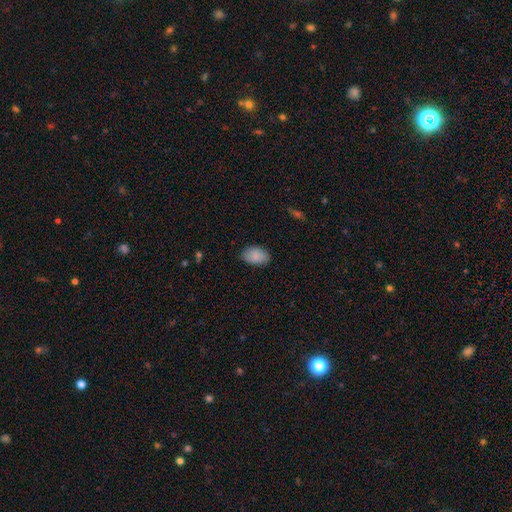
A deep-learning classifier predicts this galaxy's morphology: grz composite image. It shows a smooth galaxy with no disk features (88%) that is in between round and cigar-shaped (90%). Merging: none (85%).